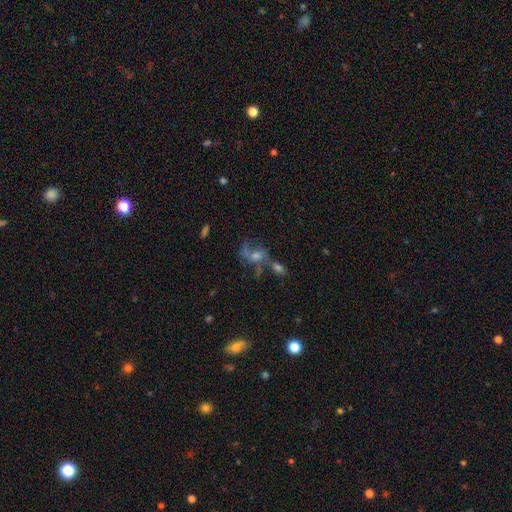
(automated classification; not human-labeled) Q: Smooth or featured?
A: featured or disk (55%); runner-up: smooth (23%)
Q: Edge-on disk?
A: no (94%); runner-up: yes (6%)
Q: Bar?
A: no (64%); runner-up: weak (28%)
Q: Spiral arms?
A: yes (74%); runner-up: no (26%)
Q: Bulge size?
A: moderate (46%); runner-up: small (24%)
Q: Merging?
A: none (38%); runner-up: merger (30%)